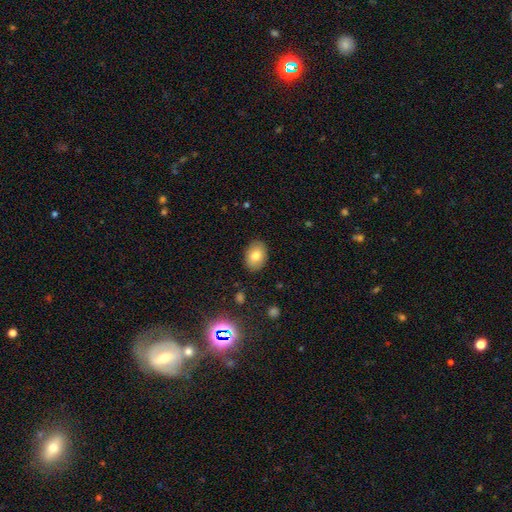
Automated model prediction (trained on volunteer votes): This appears to be a smooth galaxy with no disk features (78%) that is in between round and cigar-shaped (78%). Merging: none (87%).